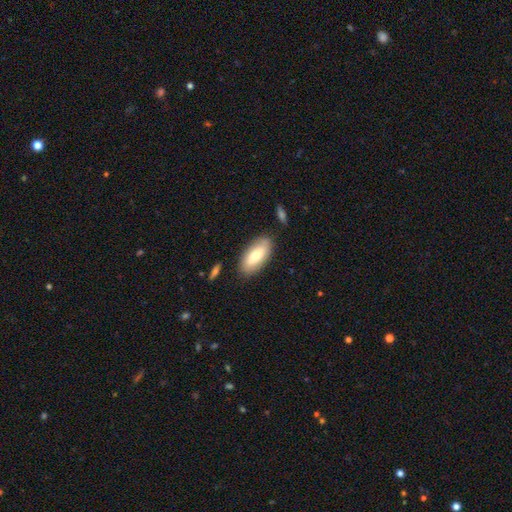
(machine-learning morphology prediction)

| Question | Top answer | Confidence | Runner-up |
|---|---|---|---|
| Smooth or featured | smooth | 73% | featured or disk (21%) |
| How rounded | in between | 88% | cigar-shaped (10%) |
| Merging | none | 83% | minor disturbance (12%) |